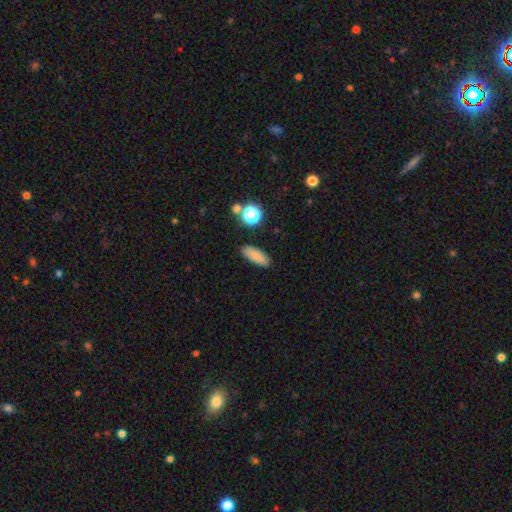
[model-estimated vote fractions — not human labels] This appears to be a smooth galaxy with no disk features (83%) that is in between round and cigar-shaped (63%). Merging: none (87%).